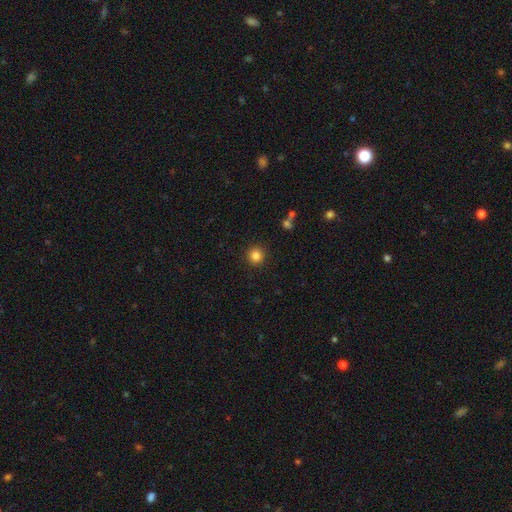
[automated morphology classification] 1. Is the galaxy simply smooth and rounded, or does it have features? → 84% smooth, 11% star or artifact, 4% featured or disk.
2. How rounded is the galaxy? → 94% round, 5% in between, 1% cigar-shaped.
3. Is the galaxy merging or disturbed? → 91% none, 5% minor disturbance, 2% major disturbance, 2% merger.